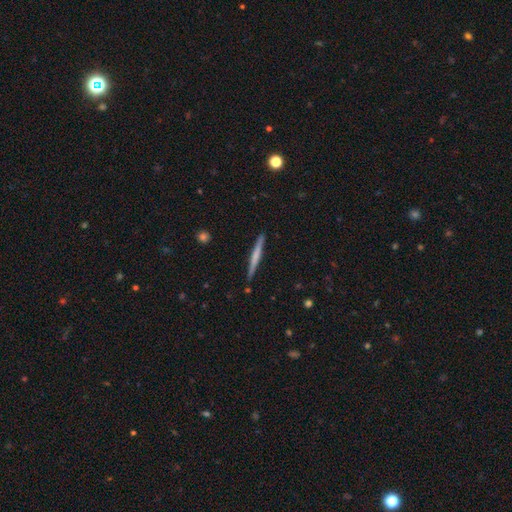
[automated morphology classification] This is possibly a featured or disk galaxy (50%). Merging: clearly none (90%).